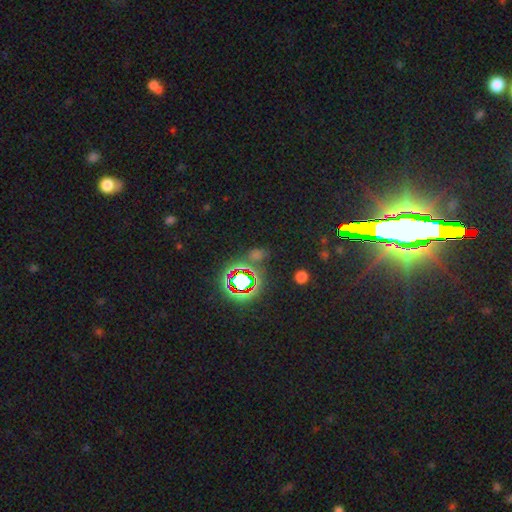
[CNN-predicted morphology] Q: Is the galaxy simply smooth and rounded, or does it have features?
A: star or artifact — 62%.